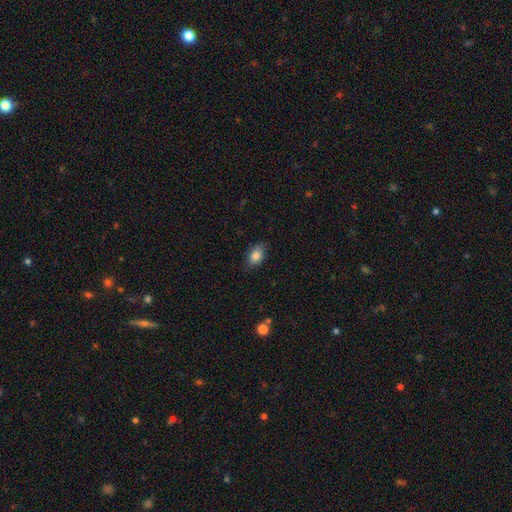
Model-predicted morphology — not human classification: The model was most divided on "merging": none: 78%, minor disturbance: 18%, major disturbance: 3%, merger: 1%. More confident: smooth or featured — smooth (85%); how rounded — in between (84%).